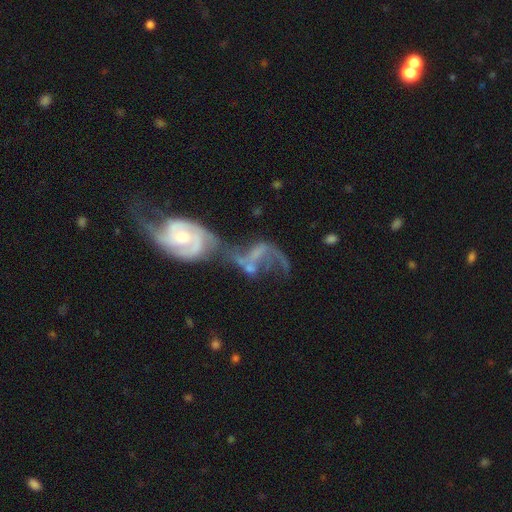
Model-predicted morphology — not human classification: This appears to be a featured or disk galaxy (79%) with no bar (51%), 2 (74%) loose (55%) spiral arms (85%) and a small central bulge (40%). Merging: merger (62%).